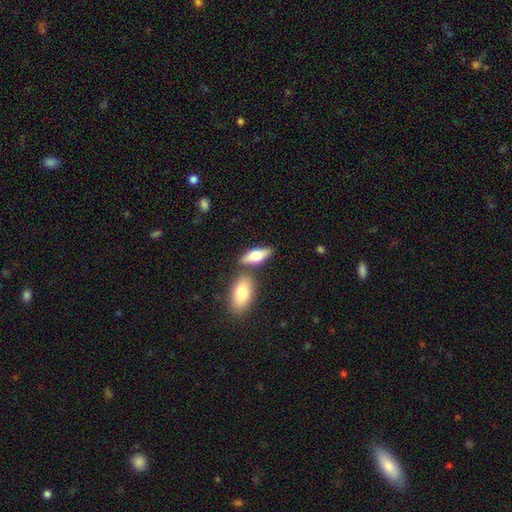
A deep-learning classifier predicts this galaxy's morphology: Smooth or featured? Predicted: smooth (p=0.65). How rounded? Predicted: in between (p=0.71). Merging? Predicted: none (p=0.67).